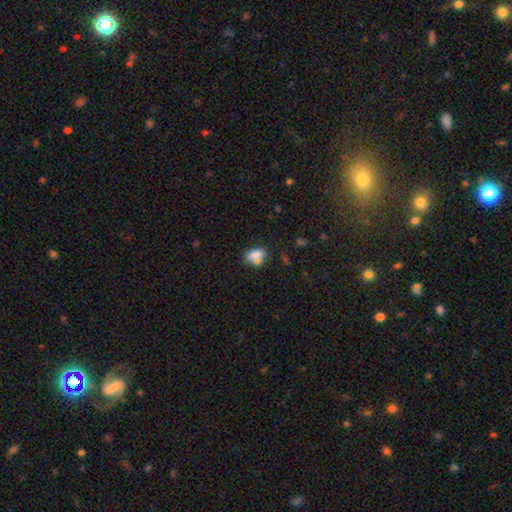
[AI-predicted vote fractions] A smooth galaxy with no disk features (73%) that is in between round and cigar-shaped (73%).

Vote fractions:
- Smooth or featured? smooth: 73% / featured or disk: 17% / star or artifact: 11%
- How rounded? in between: 73% / round: 24% / cigar-shaped: 3%
- Merging? merger: 39% / none: 37% / minor disturbance: 17% / major disturbance: 7%